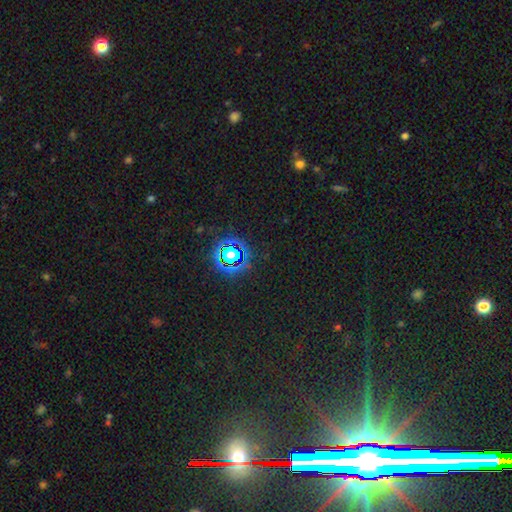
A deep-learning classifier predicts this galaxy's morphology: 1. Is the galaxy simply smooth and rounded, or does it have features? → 81% star or artifact, 12% smooth, 8% featured or disk.